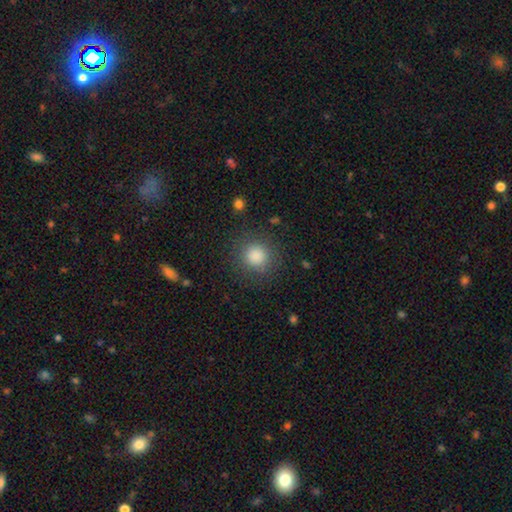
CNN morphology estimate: A smooth galaxy with no disk features (84%) that is round (91%).

Vote fractions:
- Smooth or featured? smooth: 84% / star or artifact: 11% / featured or disk: 5%
- How rounded? round: 91% / in between: 8% / cigar-shaped: 1%
- Merging? none: 86% / minor disturbance: 9% / major disturbance: 4% / merger: 1%